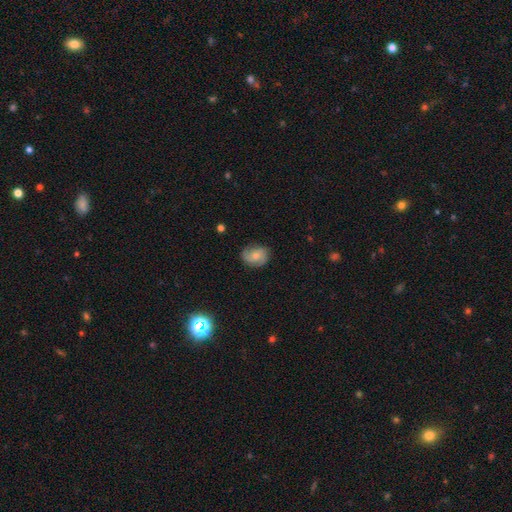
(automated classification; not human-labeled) Morphology: type=smooth (49%); merging=none (73%).